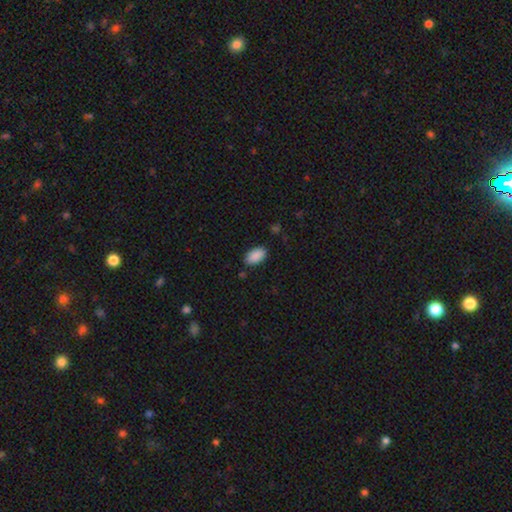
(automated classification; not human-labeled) Smooth or featured?
  - smooth: 91% *
  - star or artifact: 7%
  - featured or disk: 3%
How rounded?
  - in between: 95% *
  - round: 3%
  - cigar-shaped: 2%
Merging?
  - none: 85% *
  - minor disturbance: 11%
  - major disturbance: 2%
  - merger: 2%